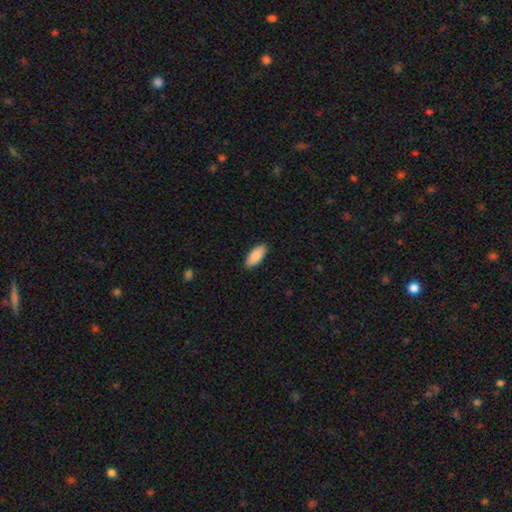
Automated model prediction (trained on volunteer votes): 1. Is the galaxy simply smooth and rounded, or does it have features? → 90% smooth, 5% star or artifact, 5% featured or disk.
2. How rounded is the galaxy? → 85% in between, 14% cigar-shaped, 2% round.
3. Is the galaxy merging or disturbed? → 89% none, 8% minor disturbance, 2% major disturbance, 1% merger.